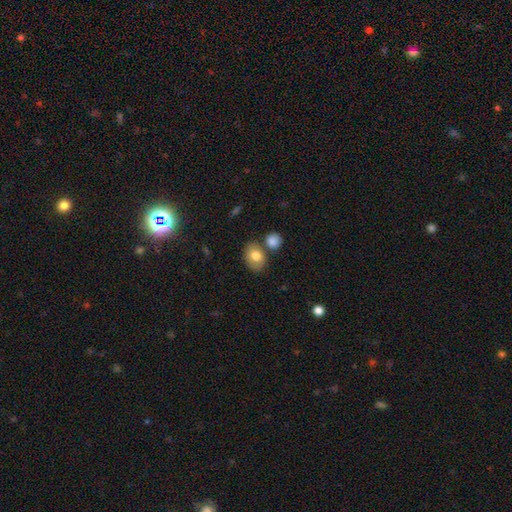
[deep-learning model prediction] Overall: smooth (76%). How rounded: in between (76%). Merging: none (66%).